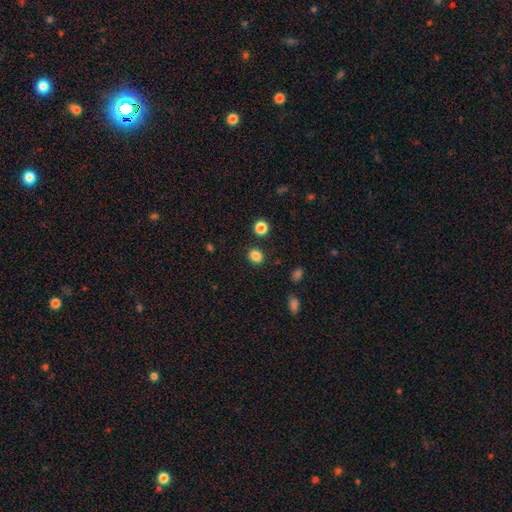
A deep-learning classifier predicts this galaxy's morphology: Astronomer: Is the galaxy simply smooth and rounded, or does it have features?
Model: smooth — 85%.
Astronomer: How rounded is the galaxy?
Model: round — 70%.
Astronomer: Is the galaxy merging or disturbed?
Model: none — 87%.